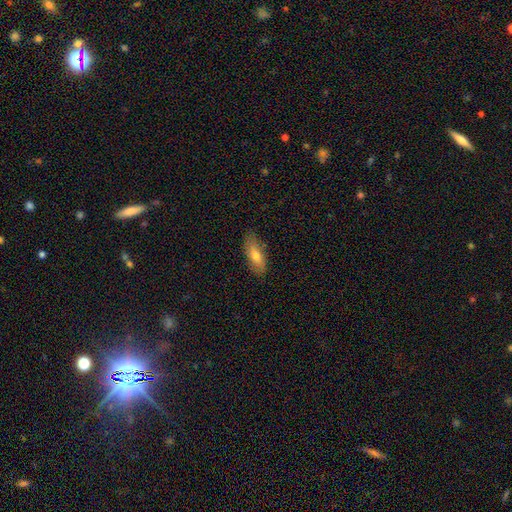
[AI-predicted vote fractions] This is likely a smooth galaxy (70%). How rounded: likely in between (70%). Merging: clearly none (81%).